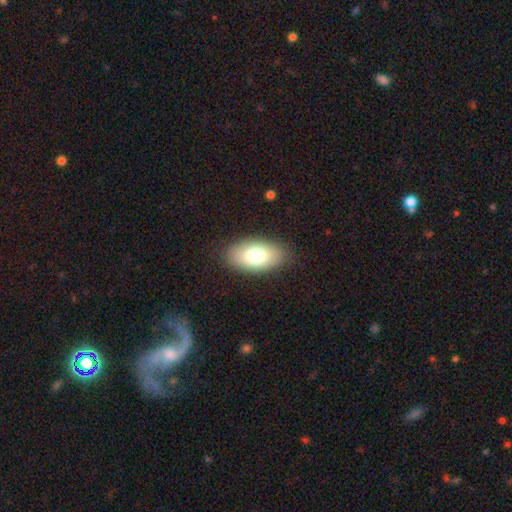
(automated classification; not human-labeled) Morphology: type=smooth (75%); roundness=in between (93%); merging=none (85%).